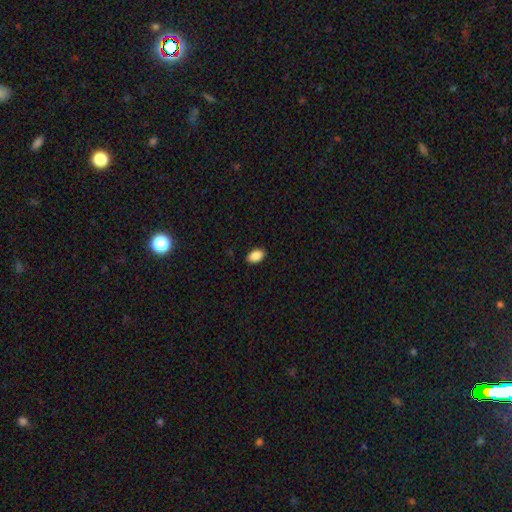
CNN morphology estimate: smooth-or-featured: smooth: 89% | star or artifact: 7% | featured or disk: 3%
  how-rounded: in between: 92% | round: 7% | cigar-shaped: 1%
  merging: none: 89% | minor disturbance: 9% | major disturbance: 2% | merger: 1%